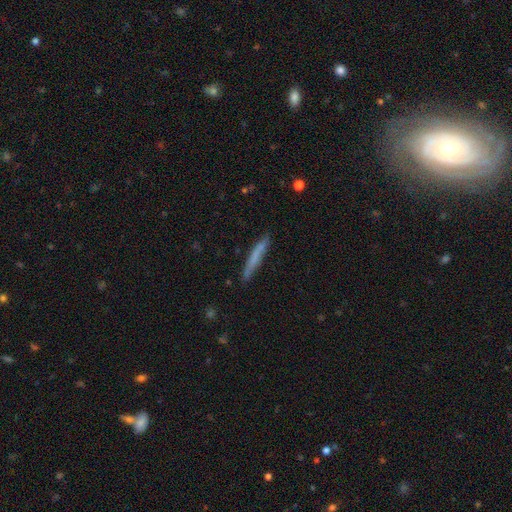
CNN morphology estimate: smooth 64%, featured or disk 30%, star or artifact 6%. Down the decision tree: how rounded — cigar-shaped (96%); merging — none (86%).